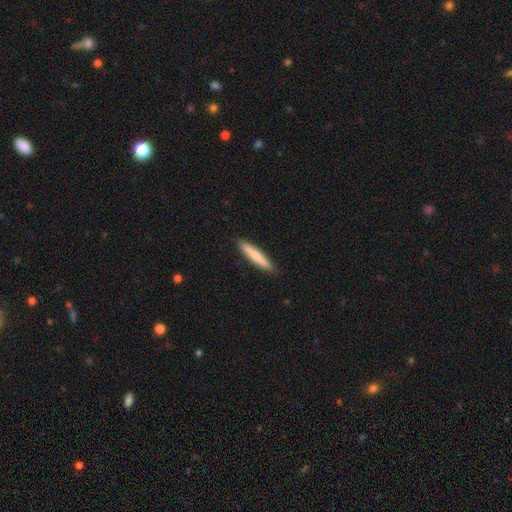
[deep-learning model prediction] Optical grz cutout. It shows a smooth galaxy with no disk features (73%) that is cigar-shaped (92%). Merging: none (91%).